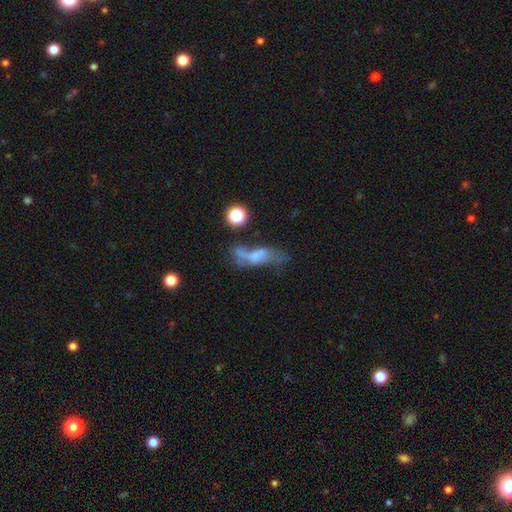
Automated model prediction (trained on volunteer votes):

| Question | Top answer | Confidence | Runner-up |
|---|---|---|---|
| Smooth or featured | featured or disk | 45% | smooth (40%) |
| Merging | none | 30% | major disturbance (29%) |